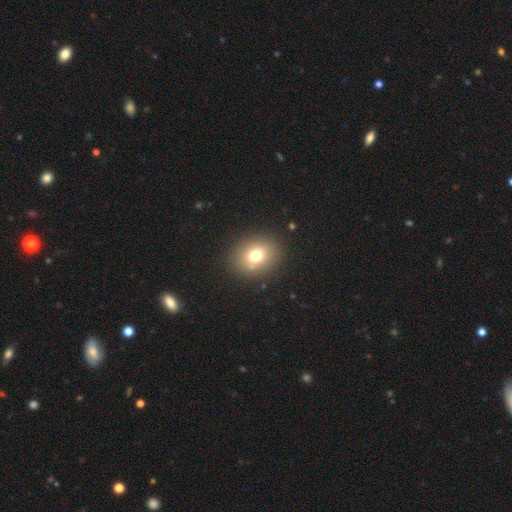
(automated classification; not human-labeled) Morphology: type=smooth (72%); roundness=round (64%); merging=none (85%).